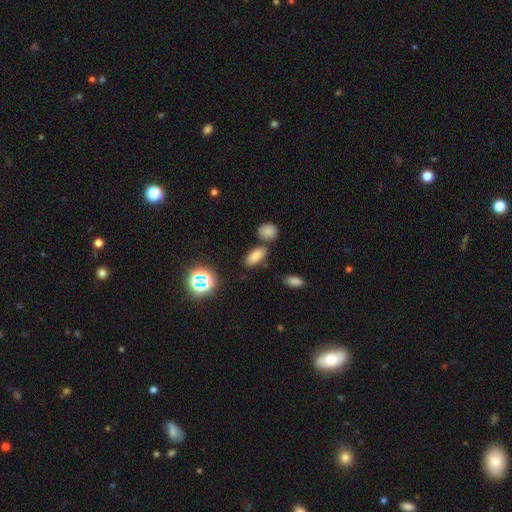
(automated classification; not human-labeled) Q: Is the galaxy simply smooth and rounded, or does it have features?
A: smooth — 76%.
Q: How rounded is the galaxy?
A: in between — 87%.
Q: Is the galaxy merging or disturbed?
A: none — 74%.